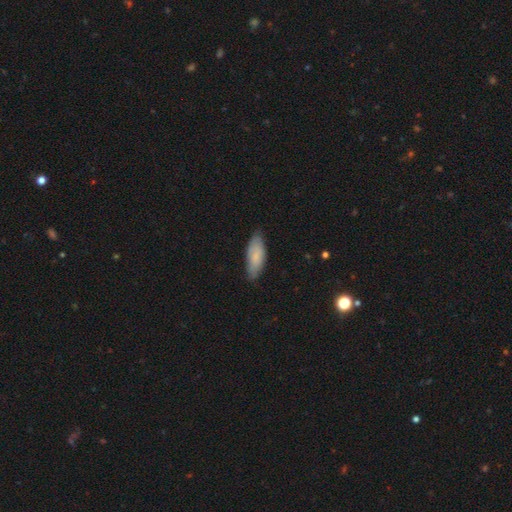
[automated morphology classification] This appears to be a smooth galaxy with no disk features (77%) that is in between round and cigar-shaped (73%). Merging: none (77%).